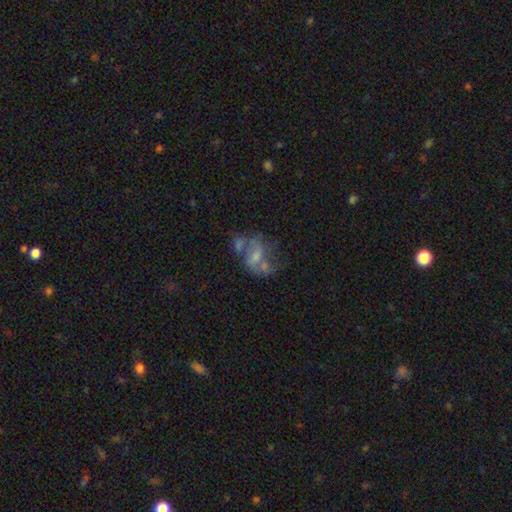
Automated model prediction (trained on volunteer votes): smooth_or_featured: featured or disk (p=0.59) [alt: smooth p=0.26]
disk_edge_on: no (p=0.97) [alt: yes p=0.03]
bar: no (p=0.55) [alt: weak p=0.35]
has_spiral_arms: no (p=0.52) [alt: yes p=0.48]
bulge_size: small (p=0.40) [alt: moderate p=0.34]
merging: merger (p=0.31) [alt: none p=0.30]